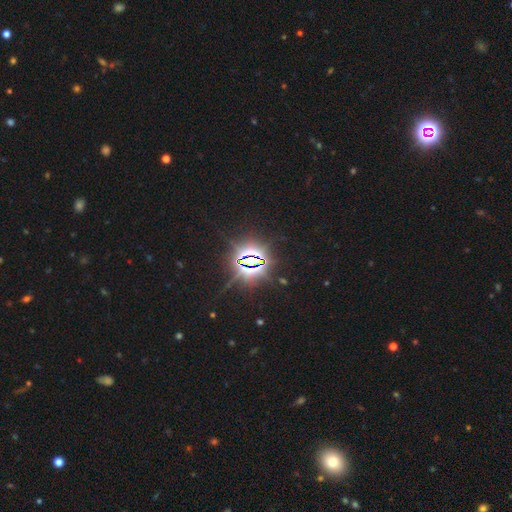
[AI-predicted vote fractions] Q: Smooth or featured?
A: star or artifact (85%); runner-up: smooth (8%)